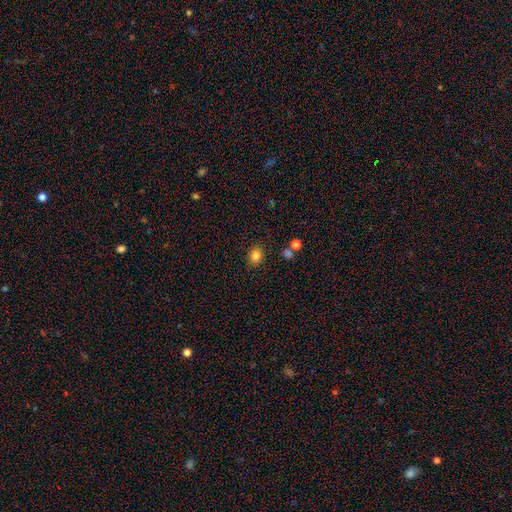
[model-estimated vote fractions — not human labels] A smooth galaxy with no disk features (83%) that is round (55%).

Vote fractions:
- Smooth or featured? smooth: 83% / star or artifact: 11% / featured or disk: 6%
- How rounded? round: 55% / in between: 44% / cigar-shaped: 1%
- Merging? none: 87% / minor disturbance: 8% / merger: 3% / major disturbance: 2%